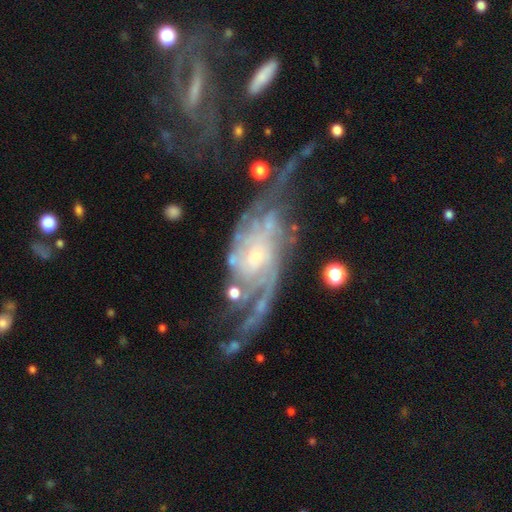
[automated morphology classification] Smooth or featured? Predicted: featured or disk (p=0.89). Edge-on disk? Predicted: no (p=0.95). Bar? Predicted: no (p=0.60). Spiral arms? Predicted: yes (p=0.96). Spiral winding? Predicted: medium (p=0.39, tied with loose). Spiral arm count? Predicted: 2 (p=0.61). Bulge size? Predicted: small (p=0.60). Merging? Predicted: none (p=0.44).